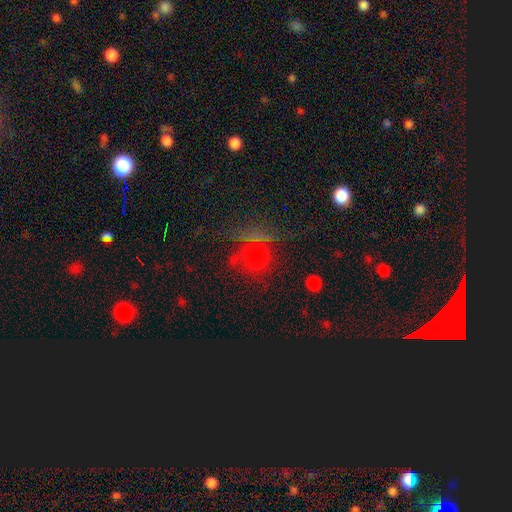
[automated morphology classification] Smooth or featured? Predicted: smooth (p=0.62). How rounded? Predicted: round (p=0.88). Merging? Predicted: none (p=0.69).